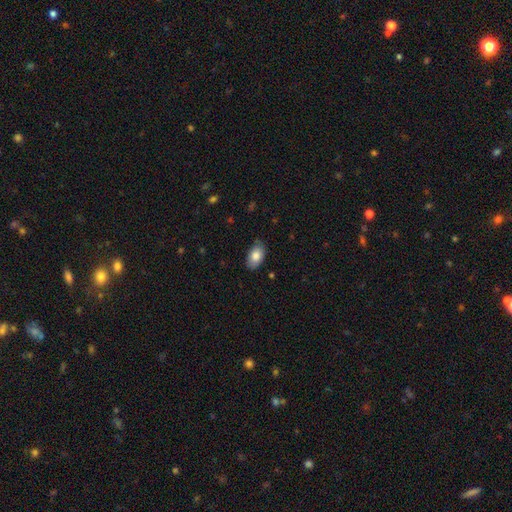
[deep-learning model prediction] This appears to be a smooth galaxy with no disk features (83%) that is in between round and cigar-shaped (93%). Merging: none (80%).